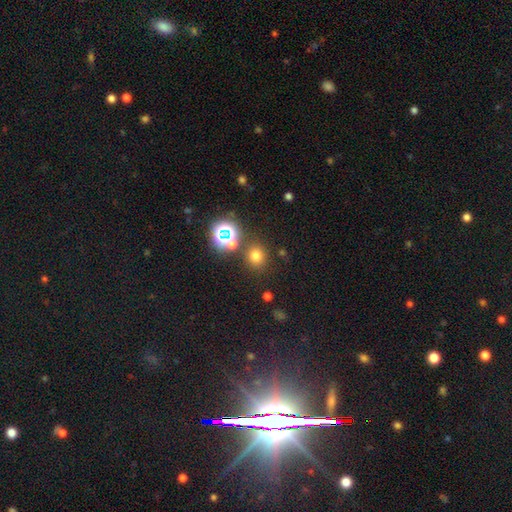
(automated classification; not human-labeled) Smooth or featured? Predicted: smooth (p=0.69). How rounded? Predicted: round (p=0.84). Merging? Predicted: none (p=0.81).